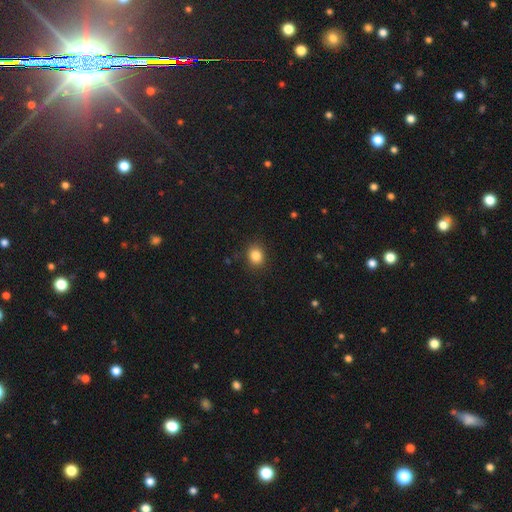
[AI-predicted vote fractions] This is clearly a smooth galaxy (85%). How rounded: likely round (64%). Merging: clearly none (88%).